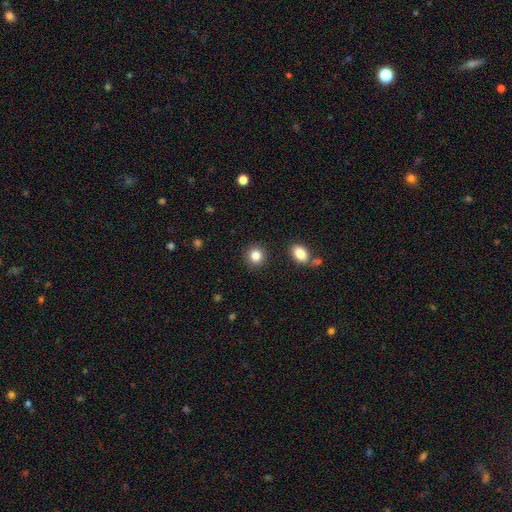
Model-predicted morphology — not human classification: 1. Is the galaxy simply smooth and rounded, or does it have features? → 85% smooth, 10% star or artifact, 5% featured or disk.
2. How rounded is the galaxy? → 87% round, 12% in between, 1% cigar-shaped.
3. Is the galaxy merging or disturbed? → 90% none, 6% minor disturbance, 2% major disturbance, 2% merger.